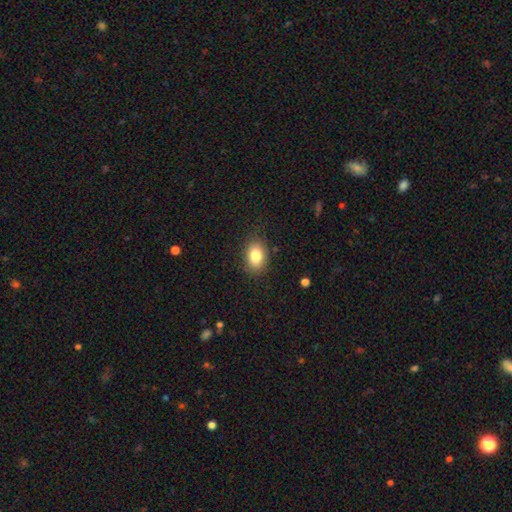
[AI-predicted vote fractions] Smooth or featured? smooth (83%)
How rounded? in between (81%)
Merging? none (84%)